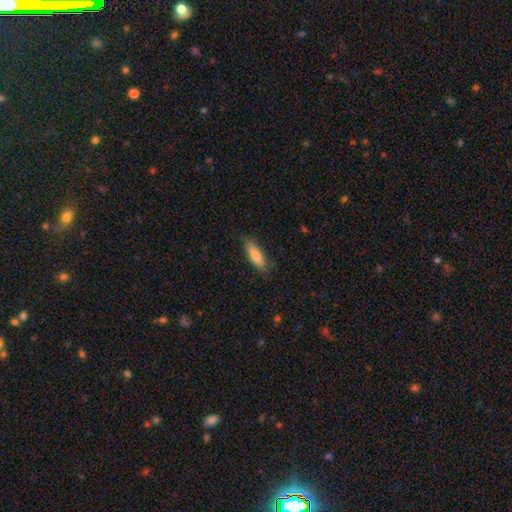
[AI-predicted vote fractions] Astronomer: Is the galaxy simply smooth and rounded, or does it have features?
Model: smooth — 81%.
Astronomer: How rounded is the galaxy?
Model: cigar-shaped — 53% (runner-up: in between, 45%).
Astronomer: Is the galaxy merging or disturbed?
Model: none — 79%.